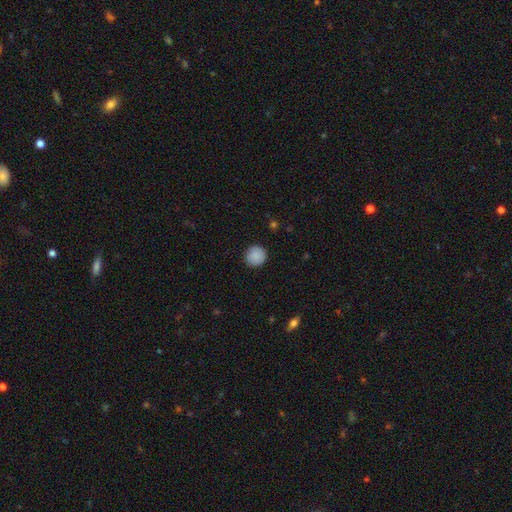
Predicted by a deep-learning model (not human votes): This is clearly a smooth galaxy (88%). How rounded: clearly round (94%). Merging: clearly none (90%).